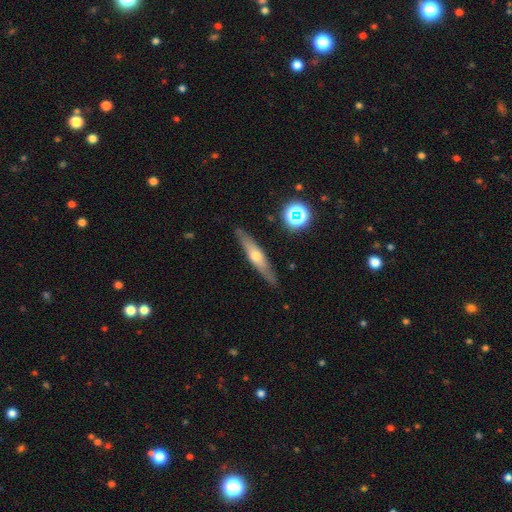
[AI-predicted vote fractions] smooth_or_featured: featured or disk (p=0.54) [alt: smooth p=0.38]
disk_edge_on: yes (p=0.88) [alt: no p=0.12]
merging: none (p=0.86) [alt: minor disturbance p=0.10]